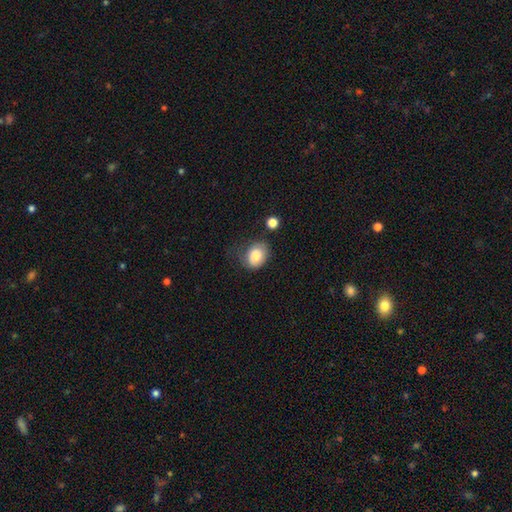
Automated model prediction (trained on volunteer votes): Smooth or featured? smooth (80%)
How rounded? in between (51%)
Merging? none (53%)